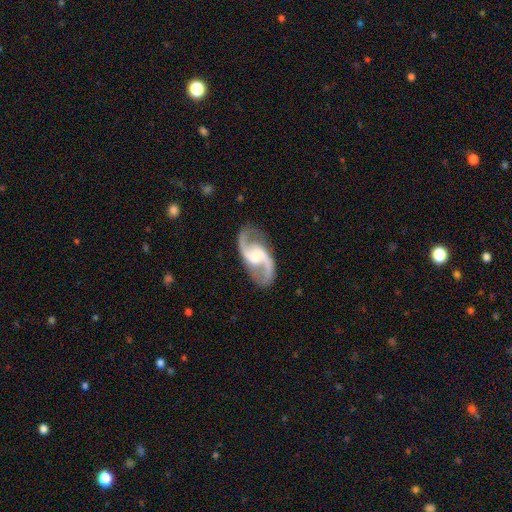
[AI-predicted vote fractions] A featured or disk galaxy (92%) with a weak bar (48%), 2 (94%) loose (46%, tied with medium) spiral arms (98%) and a moderate central bulge (34%). Merging: none (83%).